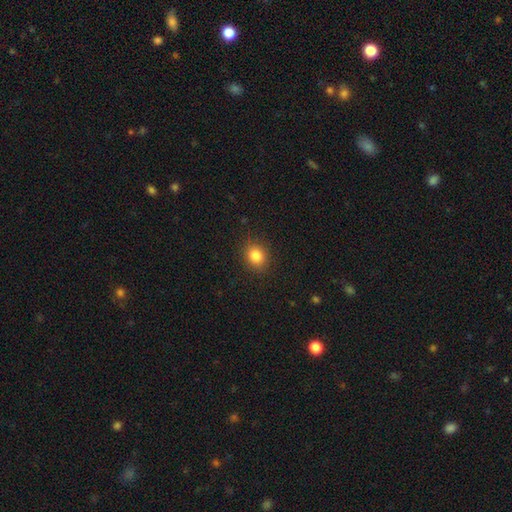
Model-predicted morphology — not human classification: smooth_or_featured: smooth (p=0.85) [alt: star or artifact p=0.10]
how_rounded: round (p=0.63) [alt: in between p=0.36]
merging: none (p=0.89) [alt: minor disturbance p=0.08]